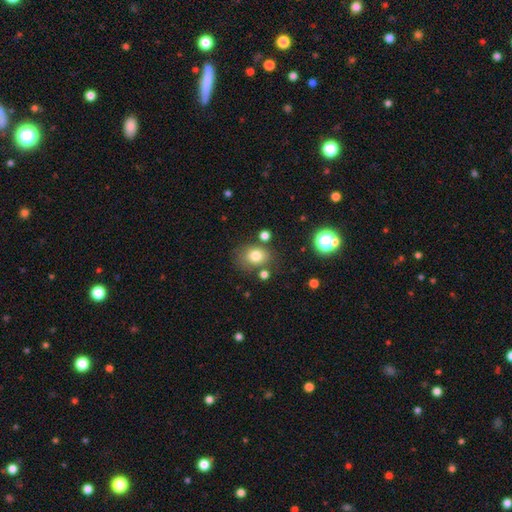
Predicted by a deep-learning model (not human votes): Overall: smooth (78%). How rounded: round (50%; in between 49%). Merging: none (69%).